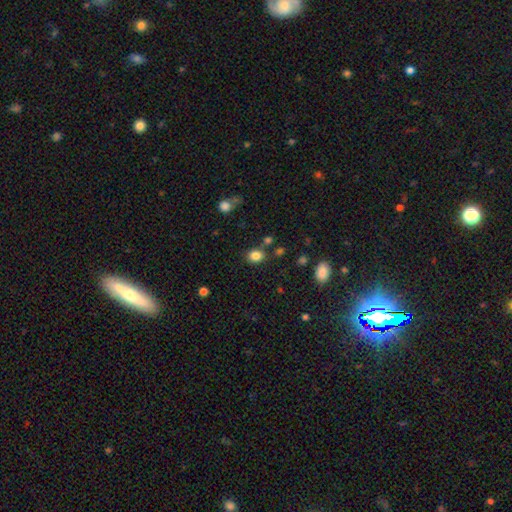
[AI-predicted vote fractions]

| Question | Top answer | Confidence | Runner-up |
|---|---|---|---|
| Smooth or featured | smooth | 83% | star or artifact (12%) |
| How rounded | round | 55% | in between (44%) |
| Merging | none | 77% | minor disturbance (12%) |